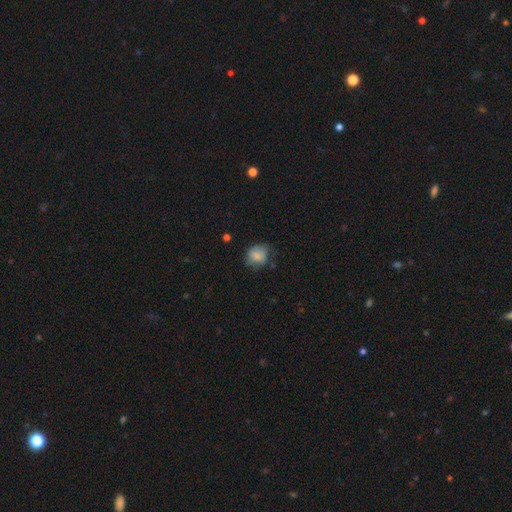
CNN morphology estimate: A smooth galaxy with no disk features (80%) that is round (66%). Merging: none (58%).